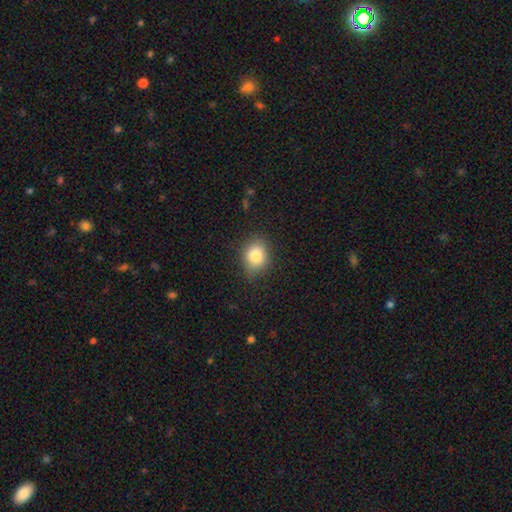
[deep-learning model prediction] This appears to be a smooth galaxy with no disk features (82%) that is round (54%). Merging: none (80%).